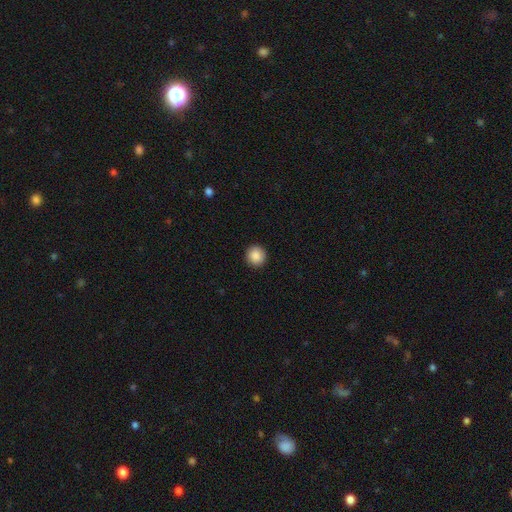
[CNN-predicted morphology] Smooth or featured: smooth — 88% (star or artifact — 8%)
How rounded: round — 94% (in between — 5%)
Merging: none — 92% (minor disturbance — 5%)